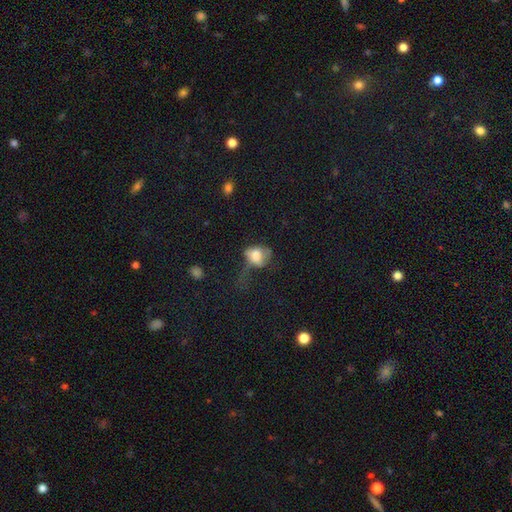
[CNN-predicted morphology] Smooth or featured? smooth (66%)
How rounded? in between (61%)
Merging? major disturbance (48%)